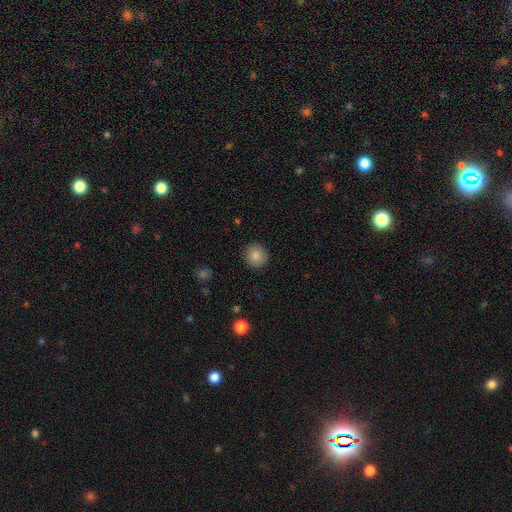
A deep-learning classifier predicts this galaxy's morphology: Smooth or featured? smooth (84%)
How rounded? round (91%)
Merging? none (91%)